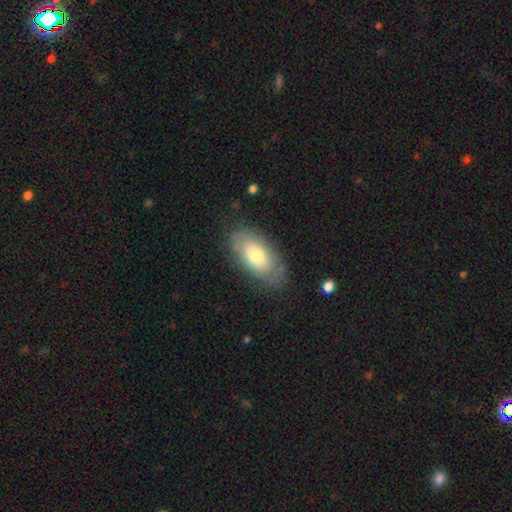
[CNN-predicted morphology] Q: Smooth or featured?
A: smooth (65%); runner-up: featured or disk (29%)
Q: How rounded?
A: in between (92%); runner-up: cigar-shaped (4%)
Q: Merging?
A: none (73%); runner-up: minor disturbance (19%)